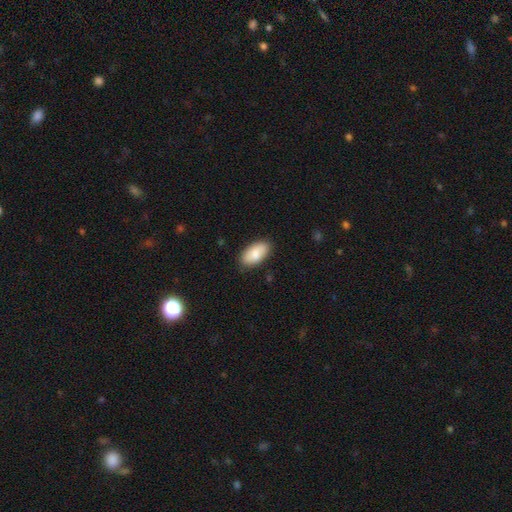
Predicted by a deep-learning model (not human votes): Overall: smooth (84%). How rounded: in between (95%). Merging: none (84%).